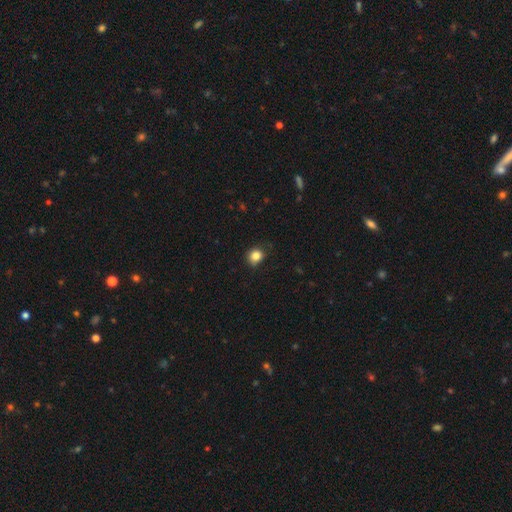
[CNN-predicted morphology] Smooth or featured?
  - smooth: 84% *
  - star or artifact: 11%
  - featured or disk: 5%
How rounded?
  - round: 77% *
  - in between: 22%
  - cigar-shaped: 1%
Merging?
  - none: 81% *
  - minor disturbance: 15%
  - major disturbance: 3%
  - merger: 1%